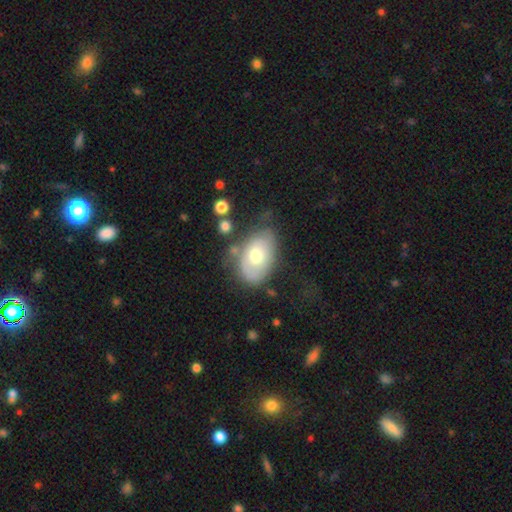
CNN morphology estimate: Smooth or featured?
  - smooth: 55% *
  - featured or disk: 38%
  - star or artifact: 7%
How rounded?
  - in between: 85% *
  - round: 14%
  - cigar-shaped: 1%
Merging?
  - none: 54% *
  - minor disturbance: 28%
  - major disturbance: 13%
  - merger: 5%